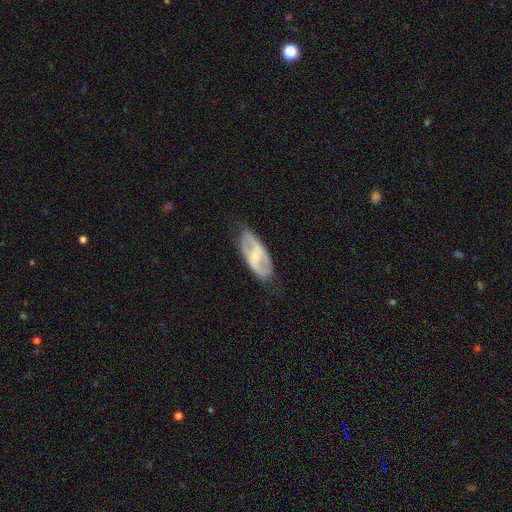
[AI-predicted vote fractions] Smooth or featured? featured or disk (63%)
Edge-on disk? no (89%)
Bar? weak (42%)
Spiral arms? yes (69%)
Bulge size? small (51%)
Merging? none (64%)